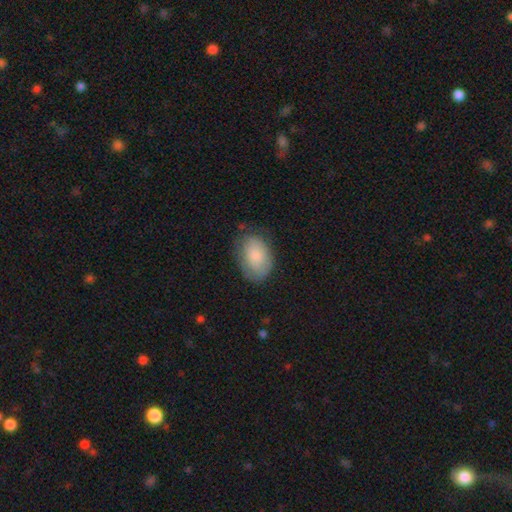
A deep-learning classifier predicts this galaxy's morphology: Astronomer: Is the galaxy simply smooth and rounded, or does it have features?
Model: smooth — 77%.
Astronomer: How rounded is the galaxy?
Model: in between — 84%.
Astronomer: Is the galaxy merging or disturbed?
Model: none — 68%.